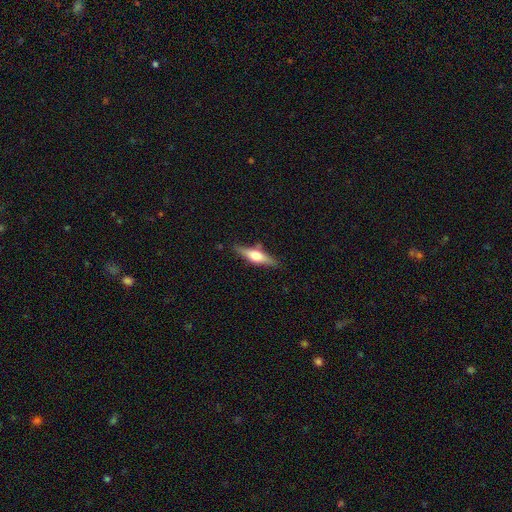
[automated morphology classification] A featured or disk galaxy (58%) viewed edge-on (95%) with a rounded central bulge (91%).

Vote fractions:
- Smooth or featured? featured or disk: 58% / smooth: 36% / star or artifact: 6%
- Edge-on disk? yes: 95% / no: 5%
- Edge-on bulge? rounded: 91% / boxy: 7% / none: 3%
- Merging? none: 83% / minor disturbance: 12% / merger: 3% / major disturbance: 3%